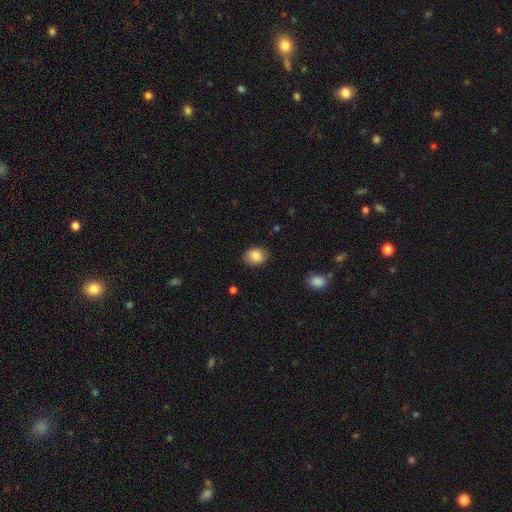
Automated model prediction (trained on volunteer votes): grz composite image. It shows a smooth galaxy with no disk features (84%) that is in between round and cigar-shaped (56%). Merging: none (83%).